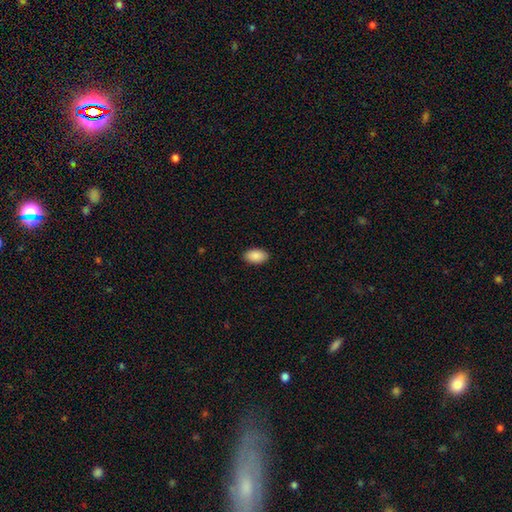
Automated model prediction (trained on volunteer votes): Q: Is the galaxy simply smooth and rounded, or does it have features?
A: smooth — 90%.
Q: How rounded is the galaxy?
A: in between — 95%.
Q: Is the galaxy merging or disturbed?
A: none — 89%.